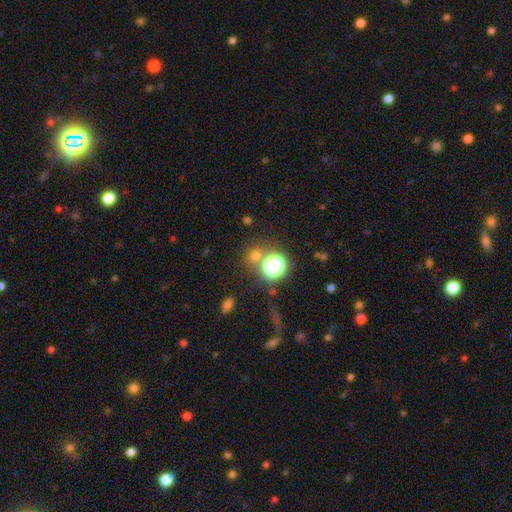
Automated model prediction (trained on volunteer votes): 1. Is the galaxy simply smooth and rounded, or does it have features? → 61% smooth, 33% star or artifact, 6% featured or disk.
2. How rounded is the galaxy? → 84% round, 14% in between, 1% cigar-shaped.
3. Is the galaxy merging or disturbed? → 71% none, 16% merger, 8% minor disturbance, 5% major disturbance.